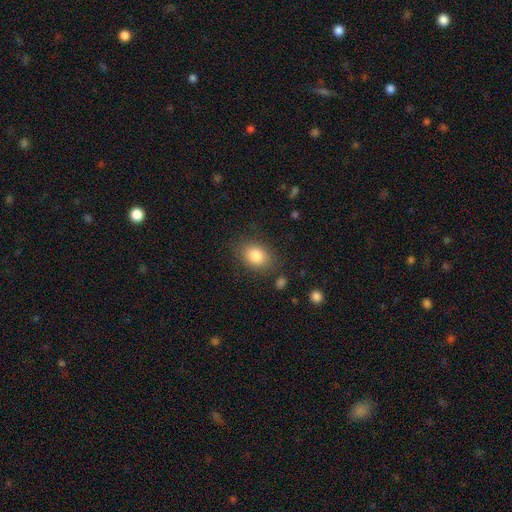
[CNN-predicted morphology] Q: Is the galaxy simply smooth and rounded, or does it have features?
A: smooth — 83%.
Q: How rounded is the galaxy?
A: in between — 65%.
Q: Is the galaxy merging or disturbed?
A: none — 80%.